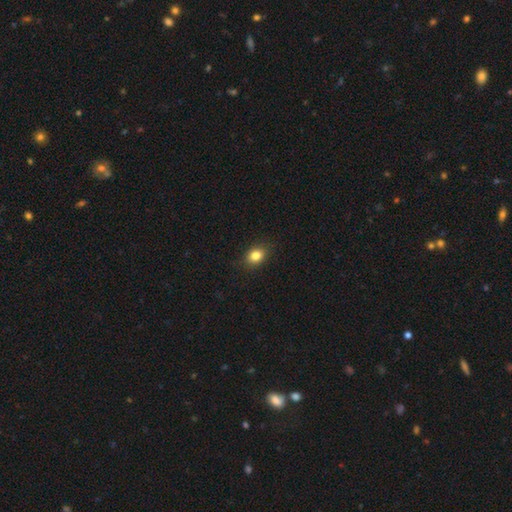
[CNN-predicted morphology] The model was most divided on "how rounded": in between: 56%, round: 43%, cigar-shaped: 1%. More confident: merging — none (89%); smooth or featured — smooth (83%).